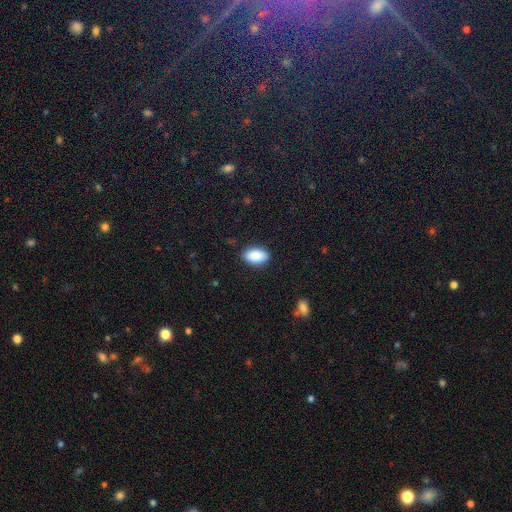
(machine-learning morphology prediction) A smooth galaxy with no disk features (90%) that is in between round and cigar-shaped (93%).

Vote fractions:
- Smooth or featured? smooth: 90% / star or artifact: 6% / featured or disk: 4%
- How rounded? in between: 93% / round: 5% / cigar-shaped: 2%
- Merging? none: 88% / minor disturbance: 9% / major disturbance: 2% / merger: 1%